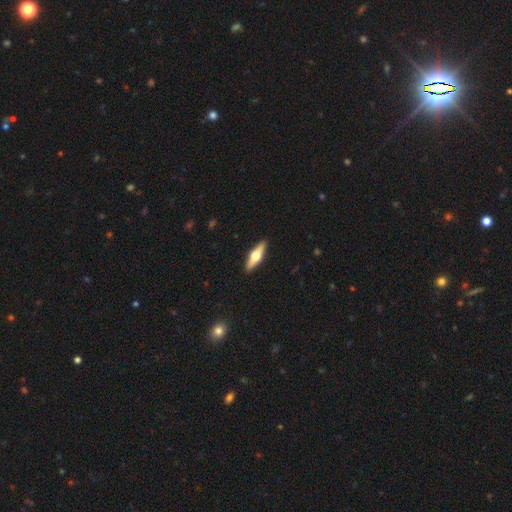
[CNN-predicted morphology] type=featured or disk (61%); edge-on=yes (95%); edge-on bulge=rounded (96%); merging=none (91%).